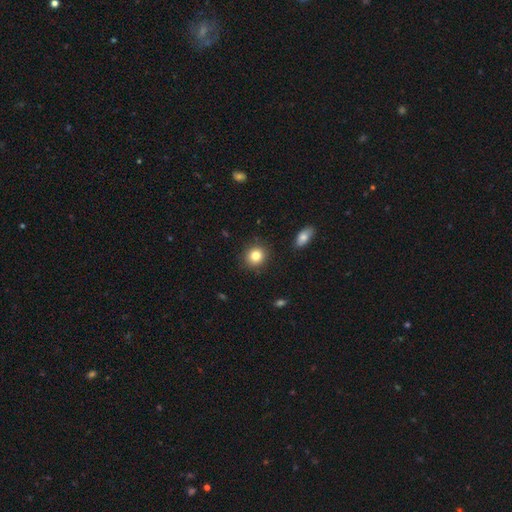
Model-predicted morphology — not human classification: Q: Smooth or featured?
A: smooth (82%); runner-up: star or artifact (10%)
Q: How rounded?
A: round (84%); runner-up: in between (15%)
Q: Merging?
A: none (89%); runner-up: minor disturbance (7%)